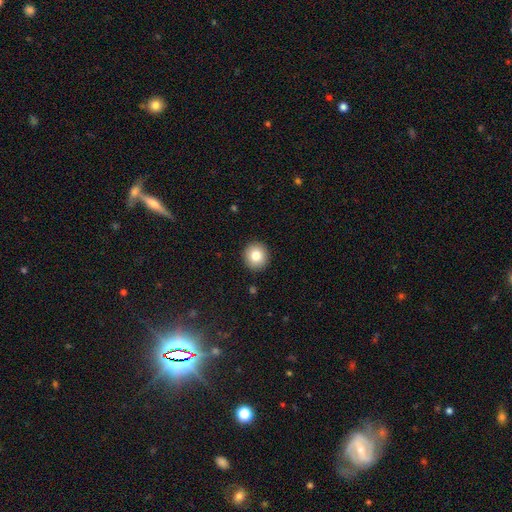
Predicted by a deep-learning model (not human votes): Smooth or featured? smooth (82%)
How rounded? round (92%)
Merging? none (92%)